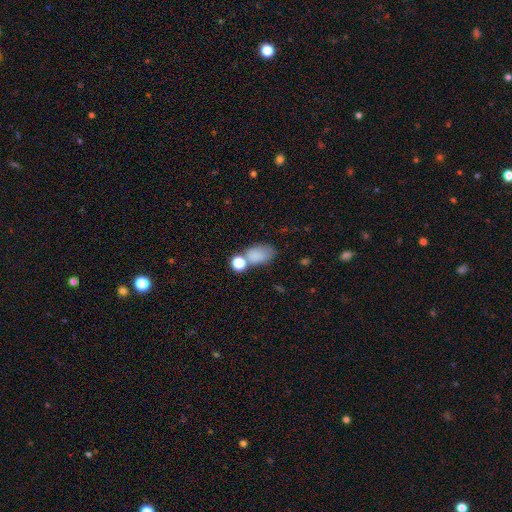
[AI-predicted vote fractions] This is likely a smooth galaxy (80%). How rounded: clearly in between (83%). Merging: marginally none (43%).